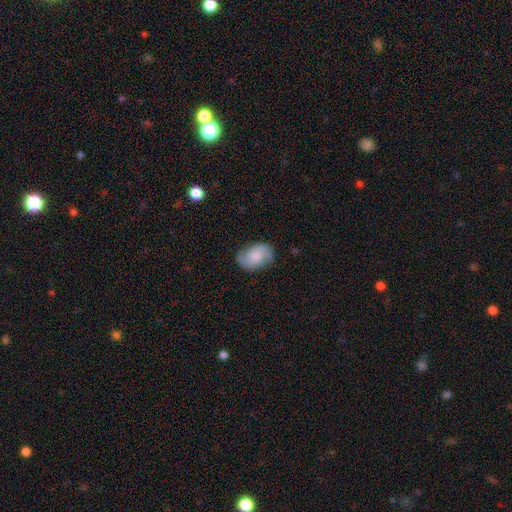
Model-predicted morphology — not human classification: smooth_or_featured: smooth (p=0.56) [alt: featured or disk p=0.37]
how_rounded: in between (p=0.86) [alt: round p=0.12]
merging: none (p=0.74) [alt: minor disturbance p=0.19]